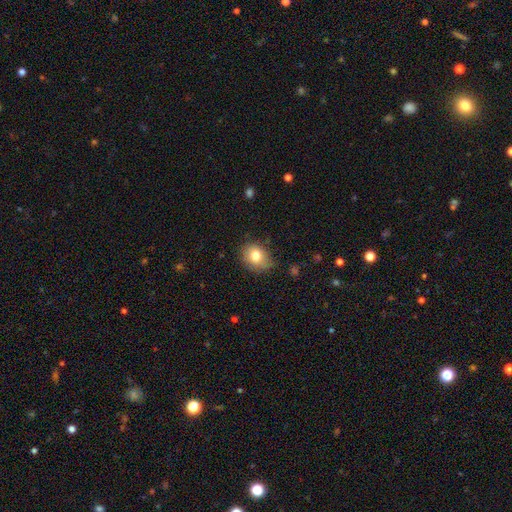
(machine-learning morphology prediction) type=smooth (79%); roundness=round (54%); merging=none (72%).